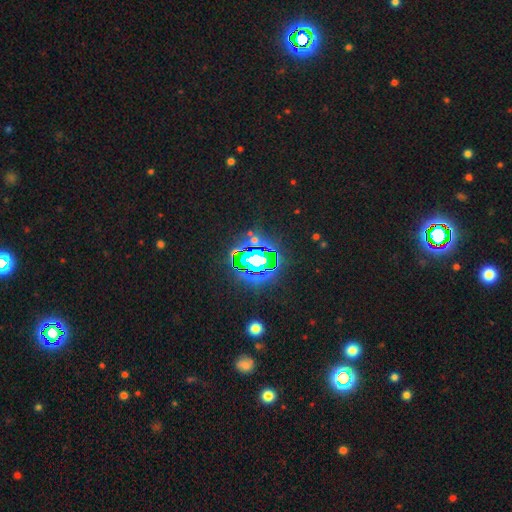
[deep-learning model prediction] smooth-or-featured: star or artifact: 78% | smooth: 11% | featured or disk: 11%